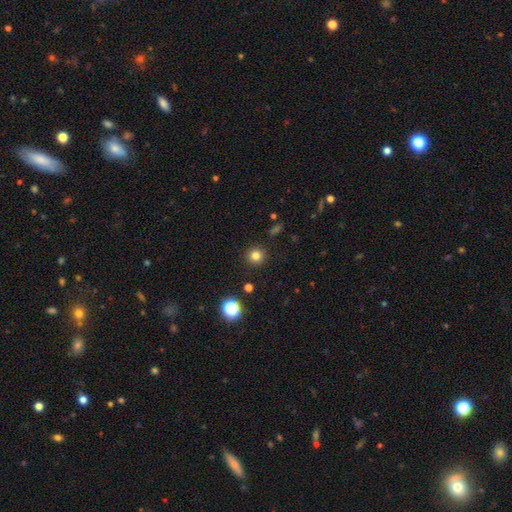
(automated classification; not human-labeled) Smooth or featured?
  - smooth: 80% *
  - star or artifact: 14%
  - featured or disk: 6%
How rounded?
  - round: 94% *
  - in between: 5%
  - cigar-shaped: 1%
Merging?
  - none: 91% *
  - minor disturbance: 5%
  - major disturbance: 2%
  - merger: 1%